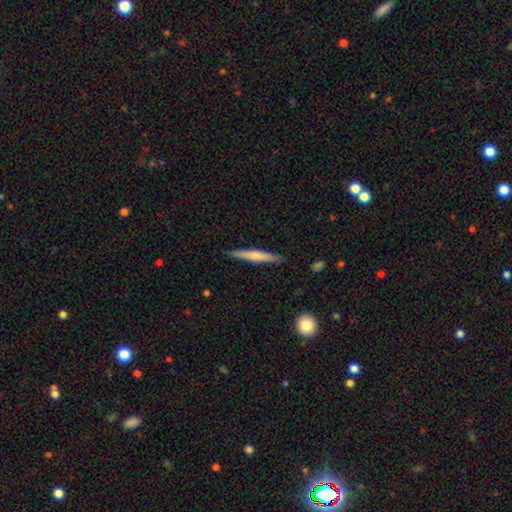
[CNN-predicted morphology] Q: Smooth or featured?
A: smooth (55%); runner-up: featured or disk (39%)
Q: How rounded?
A: cigar-shaped (94%); runner-up: in between (5%)
Q: Merging?
A: none (88%); runner-up: minor disturbance (9%)